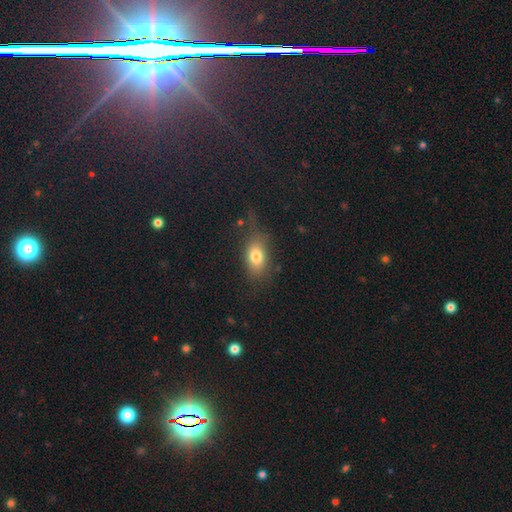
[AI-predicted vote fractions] A smooth galaxy with no disk features (77%) that is in between round and cigar-shaped (78%). Merging: none (64%).